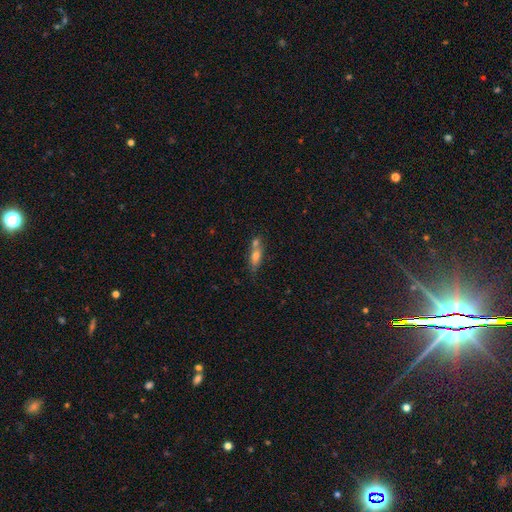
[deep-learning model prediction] This appears to be a smooth galaxy with no disk features (64%) that is in between round and cigar-shaped (58%). Merging: none (41%, tied with merger).